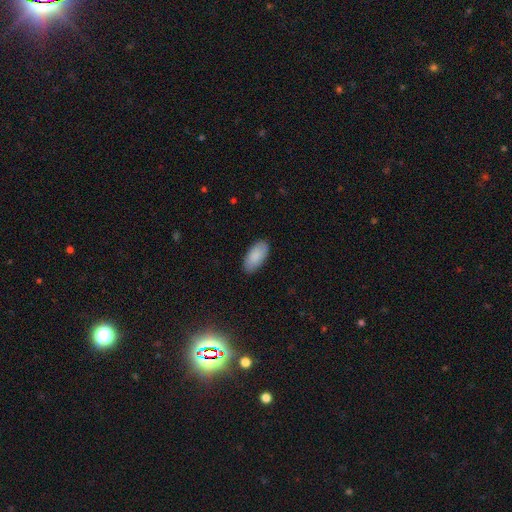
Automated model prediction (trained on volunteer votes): Morphology: type=smooth (89%); roundness=in between (94%); merging=none (86%).